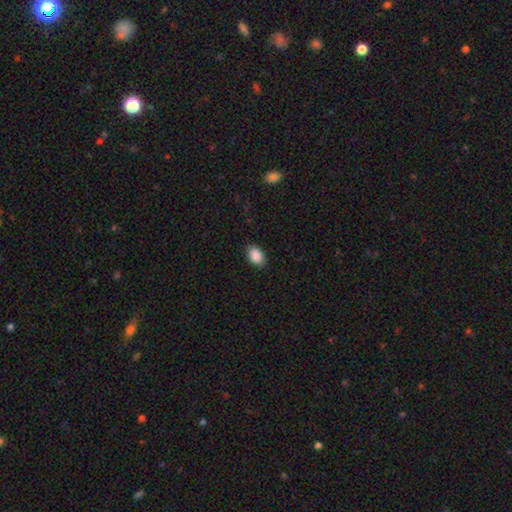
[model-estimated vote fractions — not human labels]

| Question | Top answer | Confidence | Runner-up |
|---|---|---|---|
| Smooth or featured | smooth | 89% | star or artifact (7%) |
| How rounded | in between | 88% | round (11%) |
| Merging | none | 87% | minor disturbance (9%) |